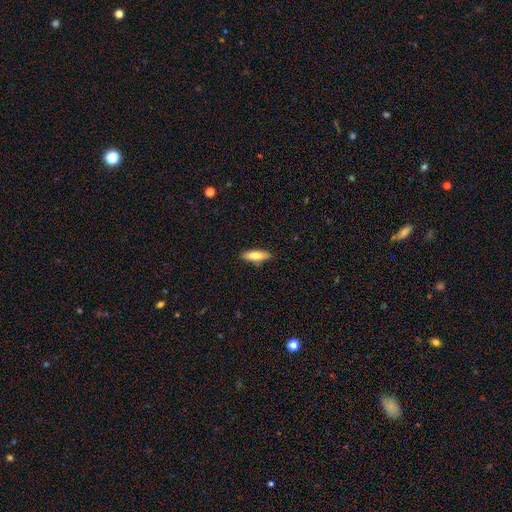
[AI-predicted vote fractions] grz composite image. It shows a smooth galaxy with no disk features (75%) that is in between round and cigar-shaped (54%). Merging: none (85%).